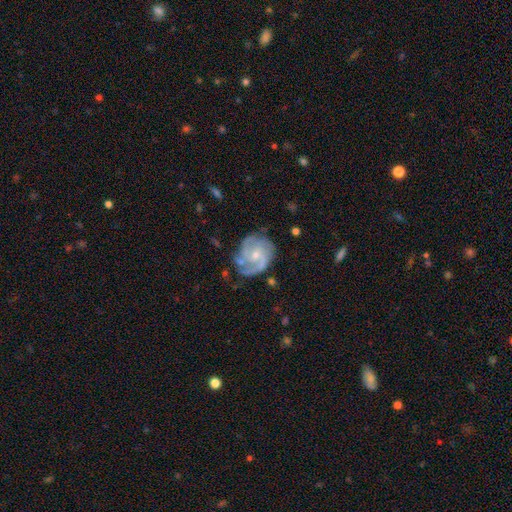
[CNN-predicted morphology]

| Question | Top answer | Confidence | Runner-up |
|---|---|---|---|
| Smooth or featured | featured or disk | 82% | smooth (12%) |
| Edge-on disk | no | 98% | yes (2%) |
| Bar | no | 66% | weak (30%) |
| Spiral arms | yes | 94% | no (6%) |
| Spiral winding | medium | 45% | tight (40%) |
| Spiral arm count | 3 | 32% | 2 (31%) |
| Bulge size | small | 67% | moderate (29%) |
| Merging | none | 62% | minor disturbance (23%) |